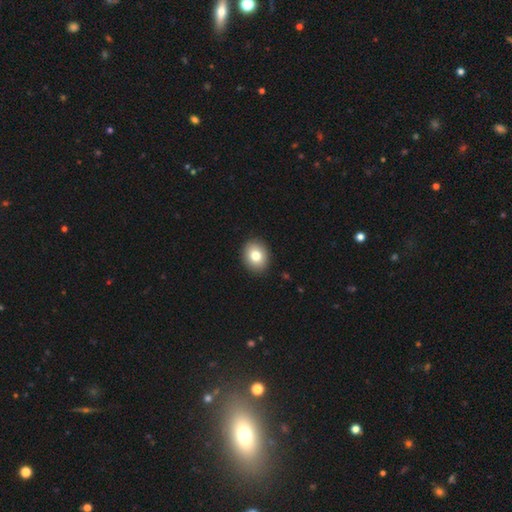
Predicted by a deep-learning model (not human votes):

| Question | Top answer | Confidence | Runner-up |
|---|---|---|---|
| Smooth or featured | smooth | 80% | featured or disk (12%) |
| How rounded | round | 55% | in between (44%) |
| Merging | none | 91% | minor disturbance (6%) |